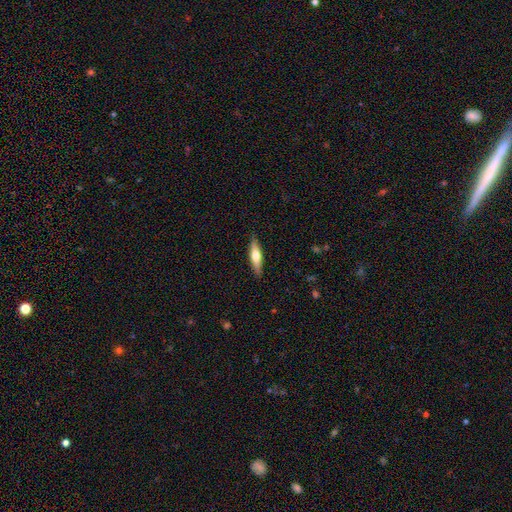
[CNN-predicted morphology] Smooth or featured? smooth (55%)
How rounded? cigar-shaped (71%)
Merging? none (88%)